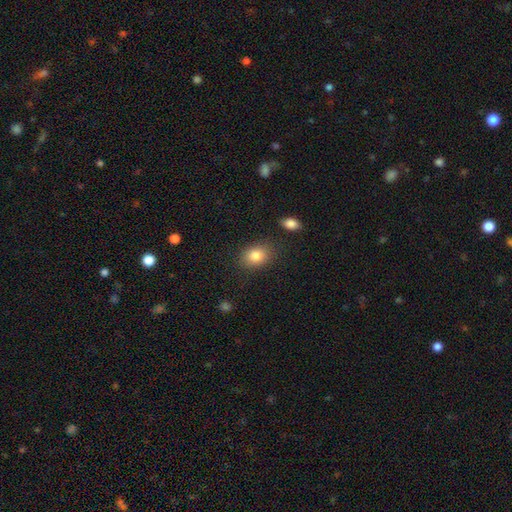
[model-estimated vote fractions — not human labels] Morphology: type=smooth (83%); roundness=in between (69%); merging=none (81%).